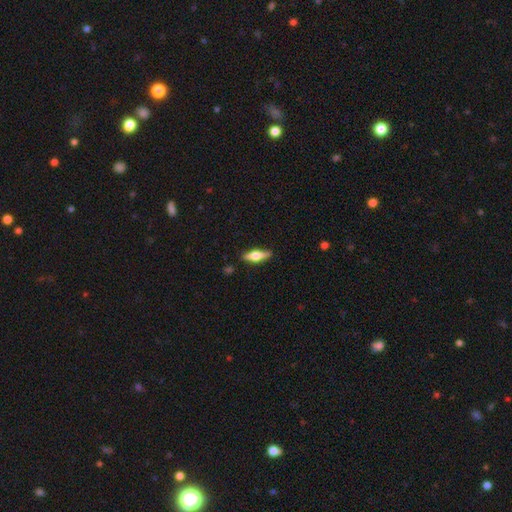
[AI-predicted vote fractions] Smooth or featured: featured or disk — 61% (smooth — 33%)
Edge-on disk: yes — 95% (no — 5%)
Edge-on bulge: rounded — 93% (boxy — 5%)
Merging: none — 88% (minor disturbance — 9%)